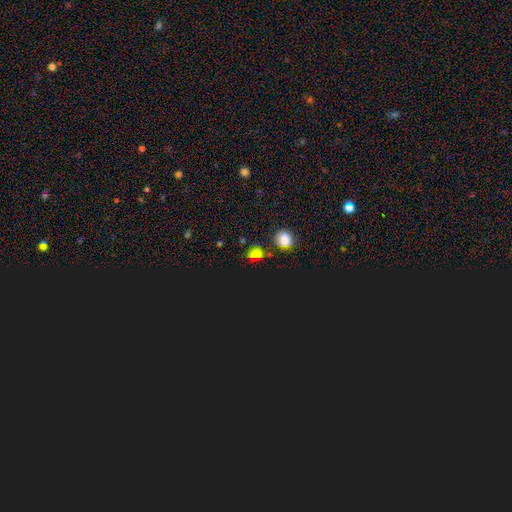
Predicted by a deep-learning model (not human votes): The model was most divided on "smooth or featured": star or artifact: 55%, smooth: 38%, featured or disk: 7%.